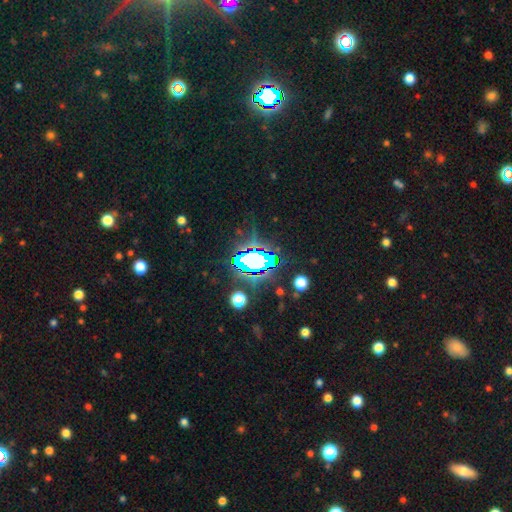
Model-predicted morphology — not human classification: This appears to be a star or artifact, not a galaxy (54%).